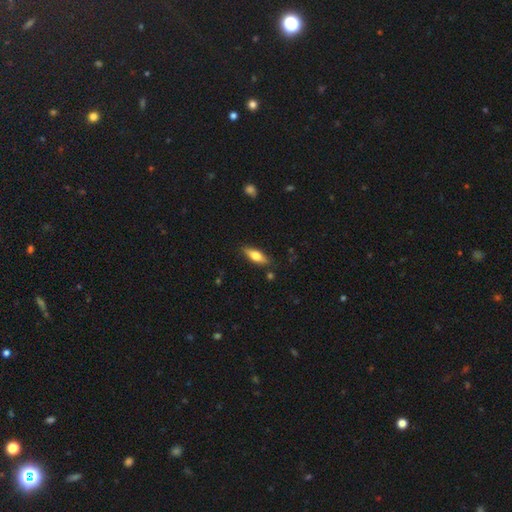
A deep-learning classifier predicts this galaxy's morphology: A smooth galaxy with no disk features (62%) that is in between round and cigar-shaped (59%). Merging: none (84%).